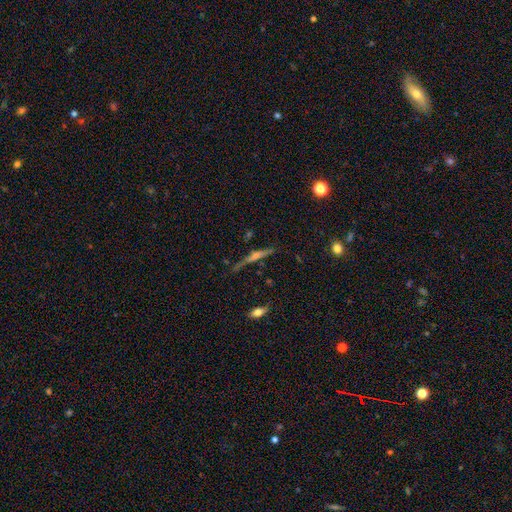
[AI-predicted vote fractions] Smooth or featured?
  - featured or disk: 68% *
  - smooth: 21%
  - star or artifact: 12%
Edge-on disk?
  - yes: 96% *
  - no: 4%
Edge-on bulge?
  - rounded: 71% *
  - none: 16%
  - boxy: 14%
Merging?
  - none: 75% *
  - minor disturbance: 16%
  - major disturbance: 5%
  - merger: 3%